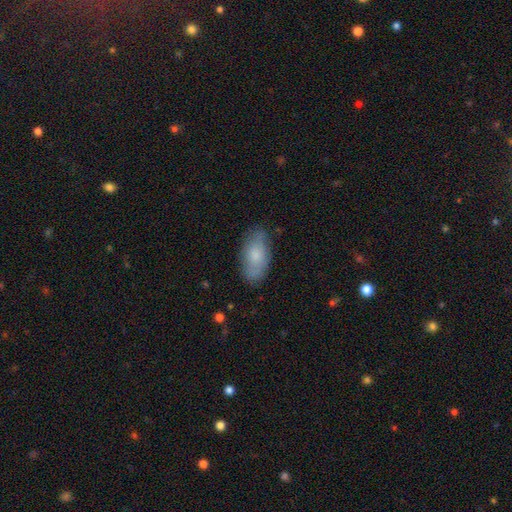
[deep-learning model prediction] Smooth or featured: smooth — 73% (featured or disk — 20%)
How rounded: in between — 92% (cigar-shaped — 5%)
Merging: none — 78% (minor disturbance — 17%)